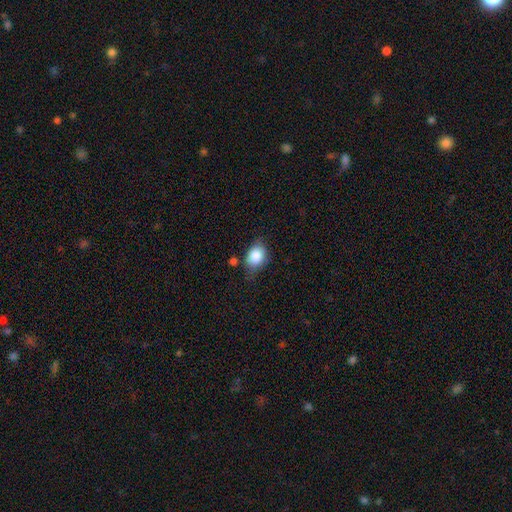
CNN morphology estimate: This is clearly a smooth galaxy (85%). How rounded: likely in between (65%). Merging: likely none (64%).